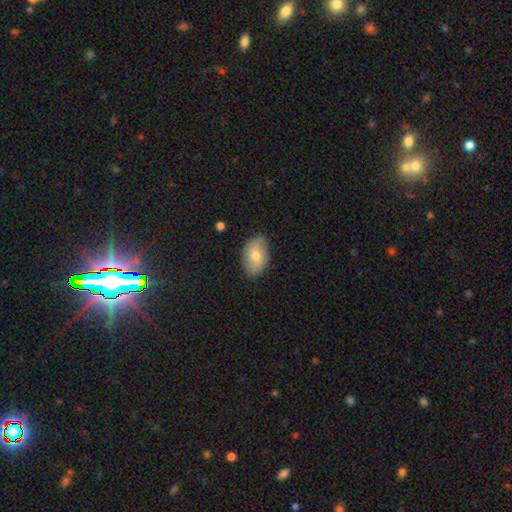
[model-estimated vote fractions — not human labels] Smooth or featured?
  - smooth: 73% *
  - featured or disk: 19%
  - star or artifact: 7%
How rounded?
  - in between: 92% *
  - round: 7%
  - cigar-shaped: 2%
Merging?
  - none: 85% *
  - minor disturbance: 11%
  - major disturbance: 2%
  - merger: 1%